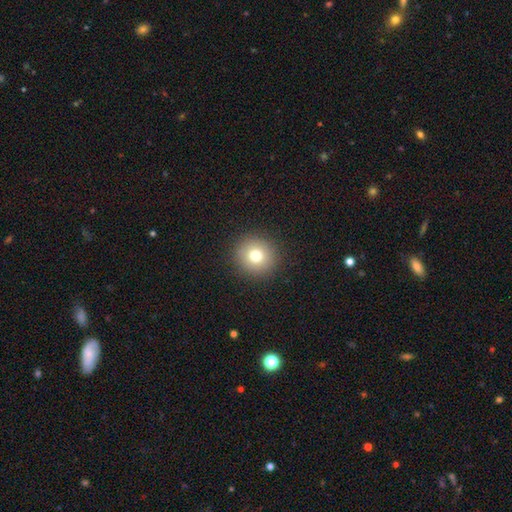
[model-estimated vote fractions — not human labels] smooth 76%, star or artifact 13%, featured or disk 11%. Down the decision tree: how rounded — round (93%); merging — none (91%).